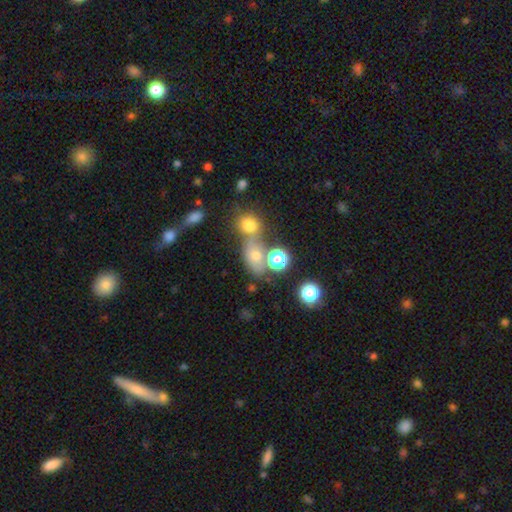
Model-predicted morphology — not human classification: smooth-or-featured: smooth: 61% | star or artifact: 22% | featured or disk: 16%
  how-rounded: in between: 50% | round: 45% | cigar-shaped: 5%
  merging: none: 42% | merger: 40% | minor disturbance: 11% | major disturbance: 7%